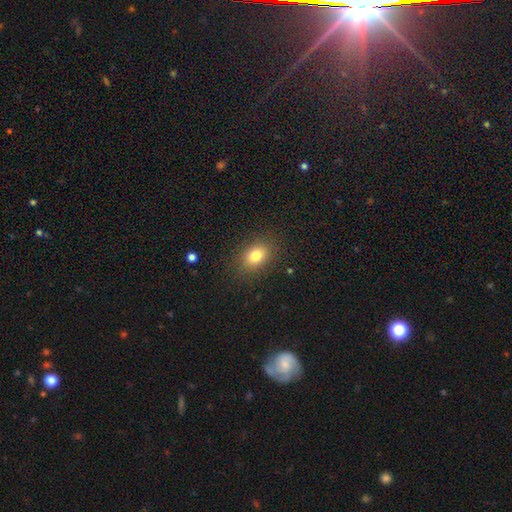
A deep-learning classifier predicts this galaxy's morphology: smooth_or_featured: smooth (p=0.81) [alt: star or artifact p=0.11]
how_rounded: in between (p=0.72) [alt: round p=0.27]
merging: none (p=0.86) [alt: minor disturbance p=0.09]